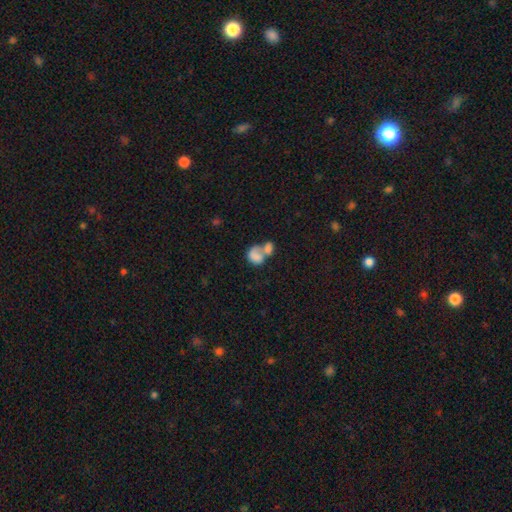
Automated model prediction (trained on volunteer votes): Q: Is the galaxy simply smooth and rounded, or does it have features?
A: smooth — 70%.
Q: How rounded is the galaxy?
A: in between — 67%.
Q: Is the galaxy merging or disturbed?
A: merger — 70%.